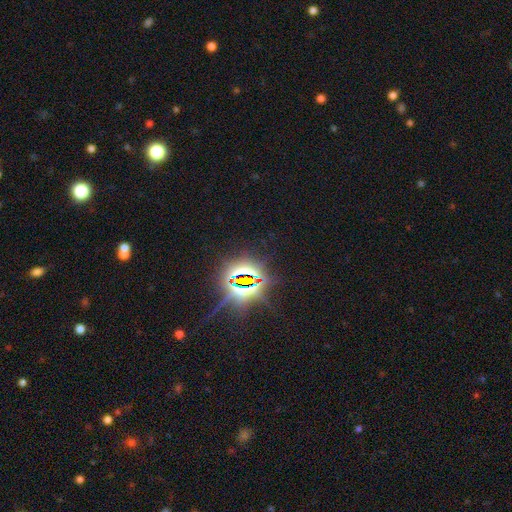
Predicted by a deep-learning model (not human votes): Smooth or featured? Predicted: star or artifact (p=0.83).